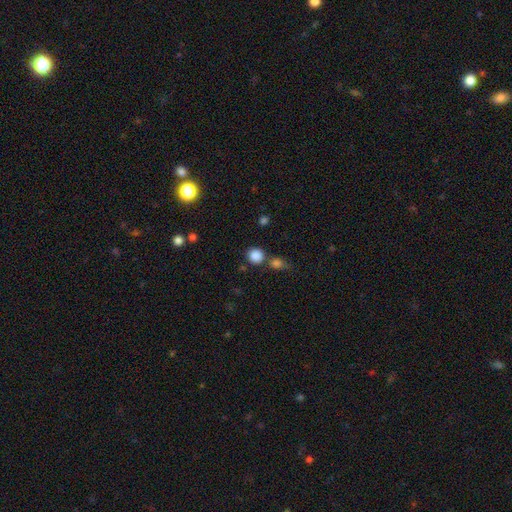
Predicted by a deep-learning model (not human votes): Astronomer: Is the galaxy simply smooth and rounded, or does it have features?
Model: smooth — 85%.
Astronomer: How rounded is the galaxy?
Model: round — 89%.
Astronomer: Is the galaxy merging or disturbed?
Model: none — 69%.